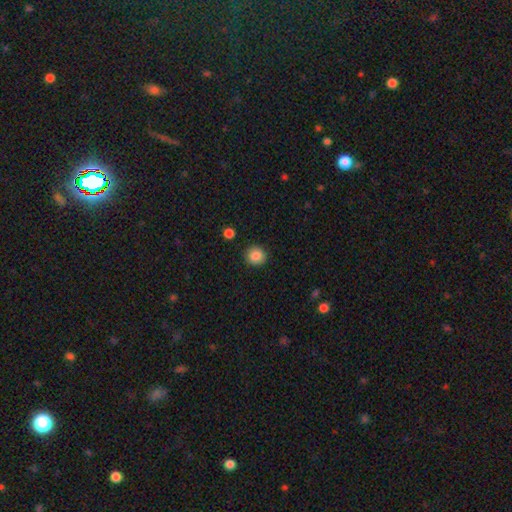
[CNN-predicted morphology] smooth_or_featured: smooth (p=0.87) [alt: star or artifact p=0.09]
how_rounded: round (p=0.90) [alt: in between p=0.09]
merging: none (p=0.91) [alt: minor disturbance p=0.06]